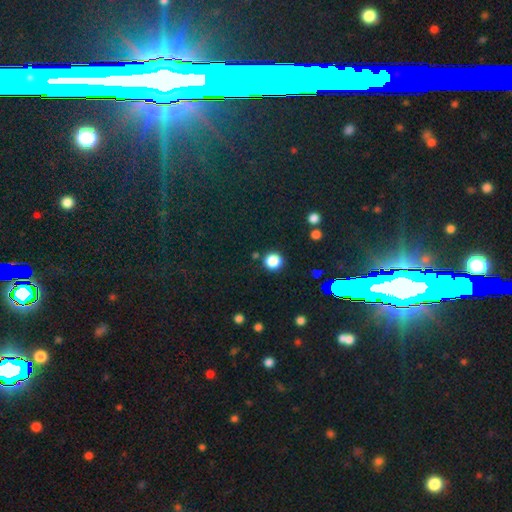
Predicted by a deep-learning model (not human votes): Overall: smooth (48%; star or artifact 46%). Merging: none (89%).